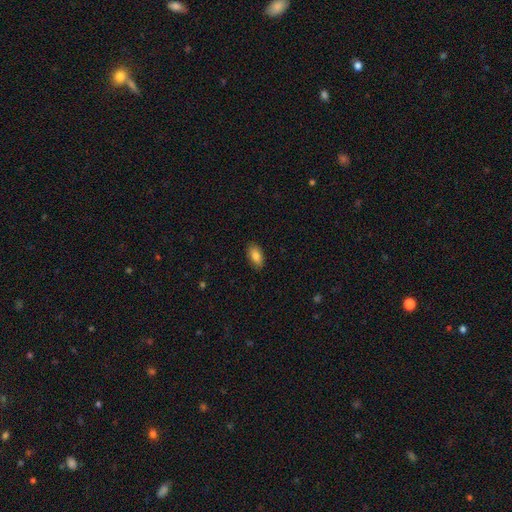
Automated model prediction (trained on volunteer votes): A smooth galaxy with no disk features (83%) that is in between round and cigar-shaped (91%). Merging: none (85%).